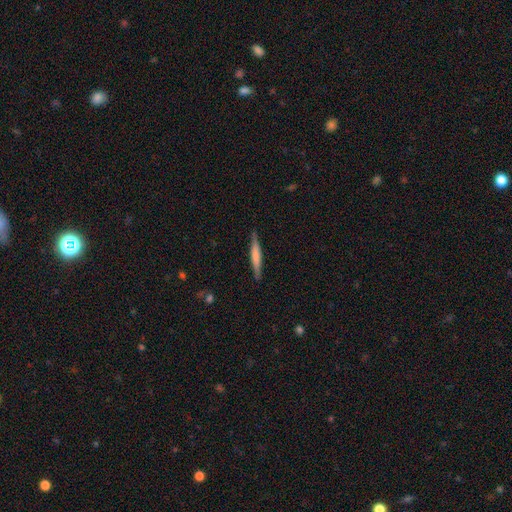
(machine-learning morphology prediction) The model was most divided on "smooth or featured": smooth: 58%, featured or disk: 36%, star or artifact: 5%. More confident: how rounded — cigar-shaped (94%); merging — none (87%).